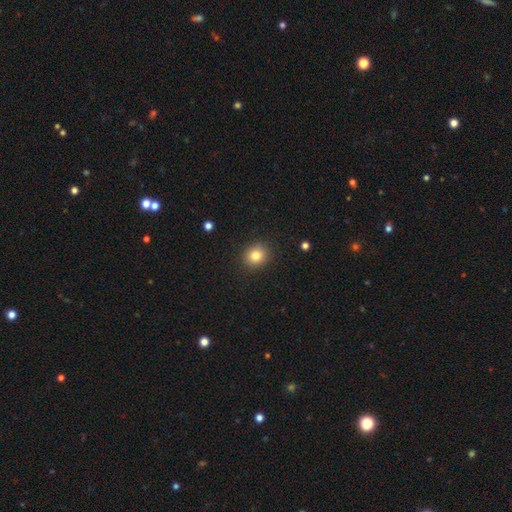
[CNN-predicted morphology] type=smooth (82%); roundness=round (82%); merging=none (90%).